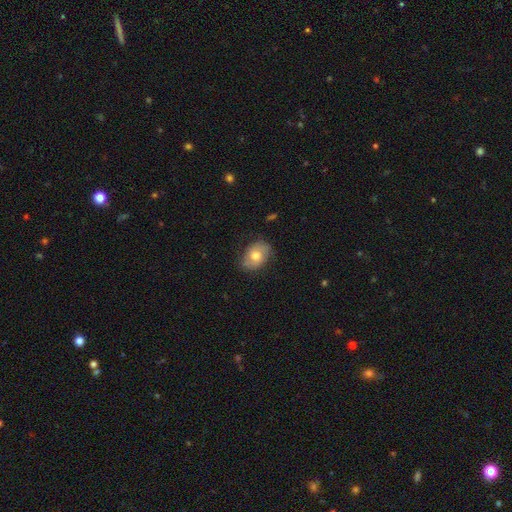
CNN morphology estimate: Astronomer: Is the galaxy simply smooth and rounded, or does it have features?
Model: smooth — 61%.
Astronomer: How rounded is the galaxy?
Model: in between — 75%.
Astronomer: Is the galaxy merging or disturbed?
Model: none — 75%.